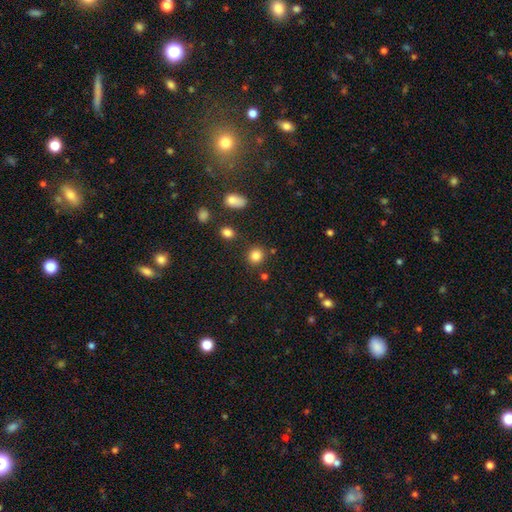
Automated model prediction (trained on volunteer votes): smooth-or-featured: smooth: 84% | star or artifact: 11% | featured or disk: 5%
  how-rounded: round: 86% | in between: 13% | cigar-shaped: 1%
  merging: none: 84% | minor disturbance: 8% | merger: 5% | major disturbance: 3%